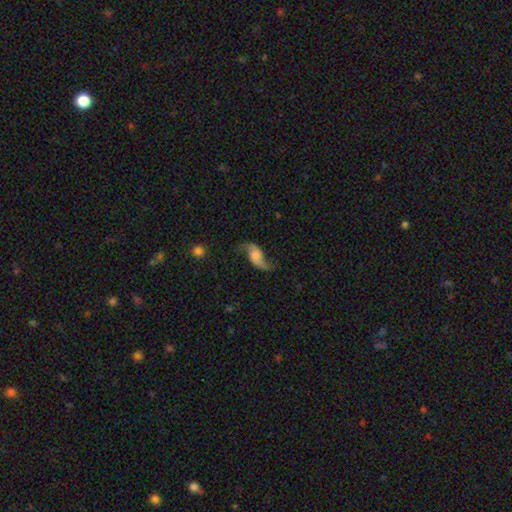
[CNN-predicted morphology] This is likely a featured or disk galaxy (80%). It is clearly not viewed edge-on (95%). Bar: likely no (61%). Spiral arm pattern: clearly yes (95%). Spiral arm count: clearly 2 (93%). Spiral winding: clearly loose (89%). Central bulge: marginally none (41%). Merging: likely none (71%).